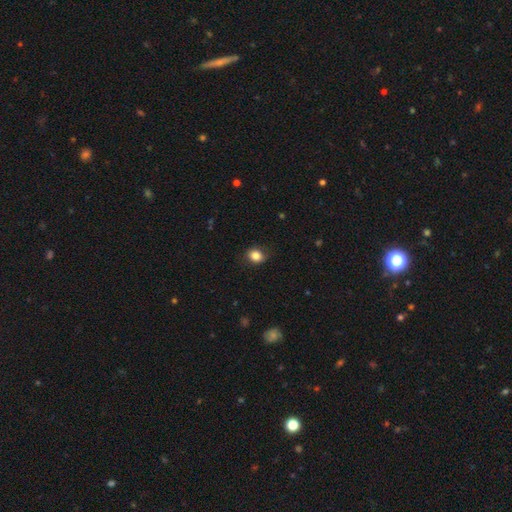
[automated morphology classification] Overall: smooth (84%). How rounded: round (58%; in between 42%). Merging: none (83%).